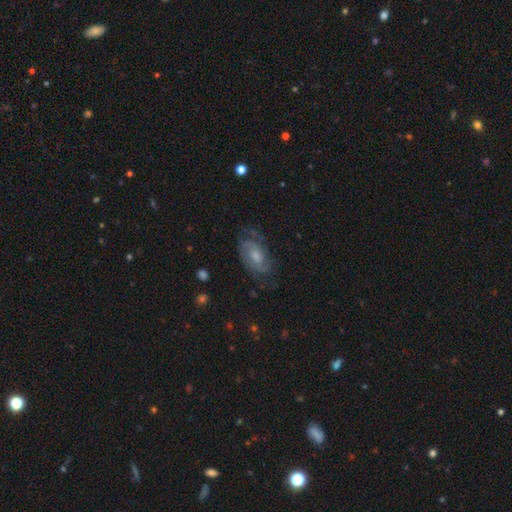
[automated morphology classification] smooth-or-featured: featured or disk: 69% | smooth: 24% | star or artifact: 8%
  disk-edge-on: no: 95% | yes: 5%
    bar: no: 63% | weak: 33% | strong: 5%
    has-spiral-arms: yes: 89% | no: 11%
      spiral-winding: tight: 47% | medium: 40% | loose: 13%
      spiral-arm-count: 2: 54% | can't tell: 28% | 3: 8% | 1: 4% | 4: 3% | more than 4: 2%
    bulge-size: moderate: 47% | small: 33% | large: 9% | none: 9% | dominant: 2%
  merging: none: 66% | minor disturbance: 21% | major disturbance: 11% | merger: 1%